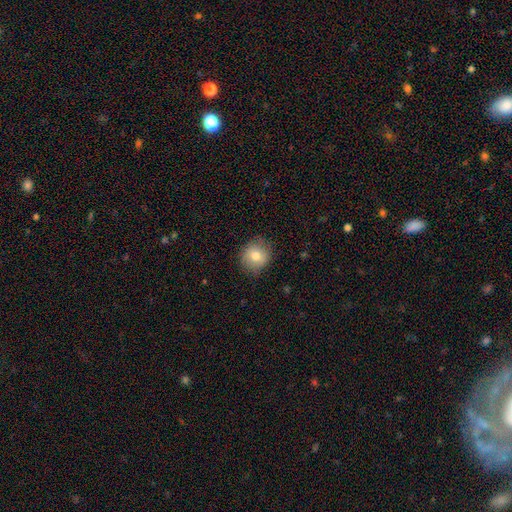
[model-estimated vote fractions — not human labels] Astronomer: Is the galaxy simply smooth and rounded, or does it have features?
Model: smooth — 78%.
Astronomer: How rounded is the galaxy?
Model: round — 83%.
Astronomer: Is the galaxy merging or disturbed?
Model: none — 84%.